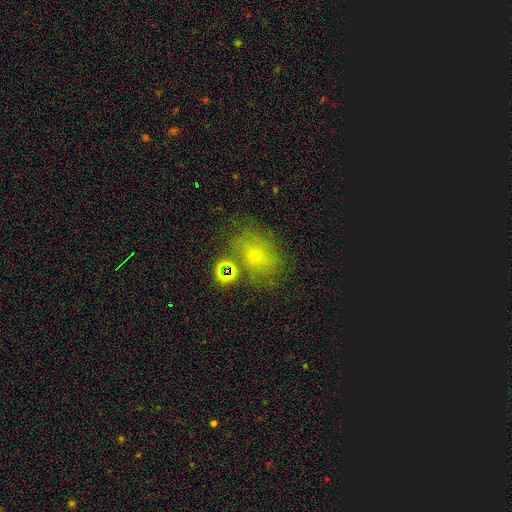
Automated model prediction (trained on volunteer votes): Smooth or featured? Predicted: smooth (p=0.61). How rounded? Predicted: in between (p=0.64). Merging? Predicted: none (p=0.56).